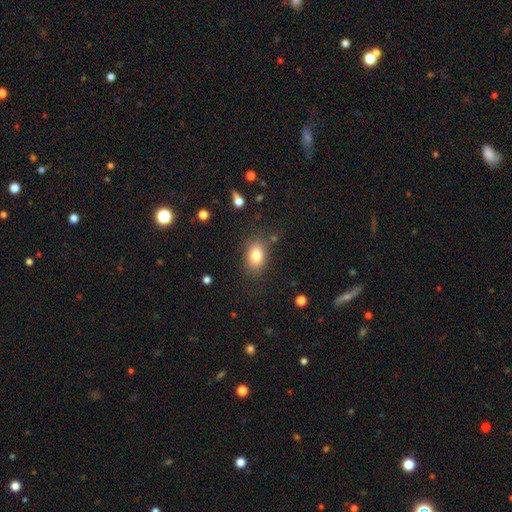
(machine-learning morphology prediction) Q: Smooth or featured?
A: smooth (80%); runner-up: featured or disk (10%)
Q: How rounded?
A: in between (77%); runner-up: round (22%)
Q: Merging?
A: none (79%); runner-up: minor disturbance (13%)